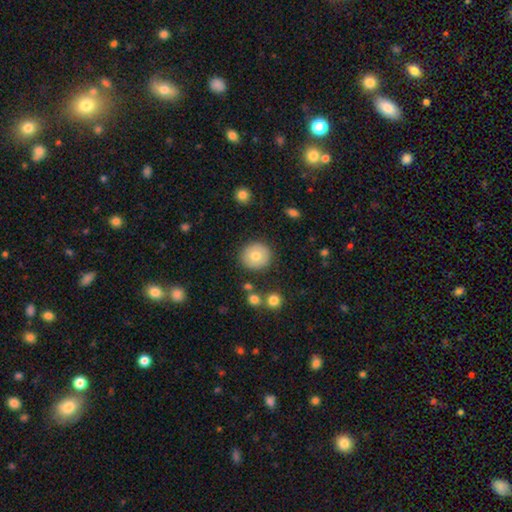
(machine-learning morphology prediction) The model was most divided on "smooth or featured": smooth: 75%, featured or disk: 18%, star or artifact: 8%. More confident: how rounded — round (91%); merging — none (88%).